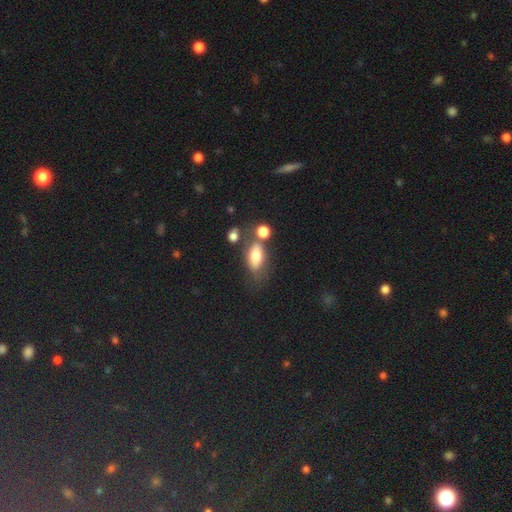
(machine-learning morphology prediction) smooth 73%, featured or disk 18%, star or artifact 10%. Down the decision tree: how rounded — in between (82%); merging — none (47%).